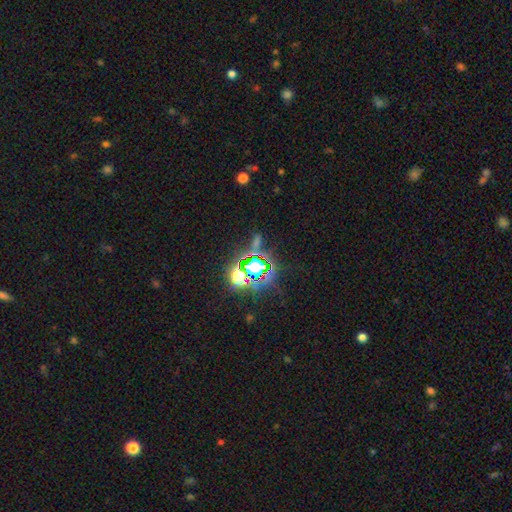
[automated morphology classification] This appears to be a star or artifact, not a galaxy (80%).